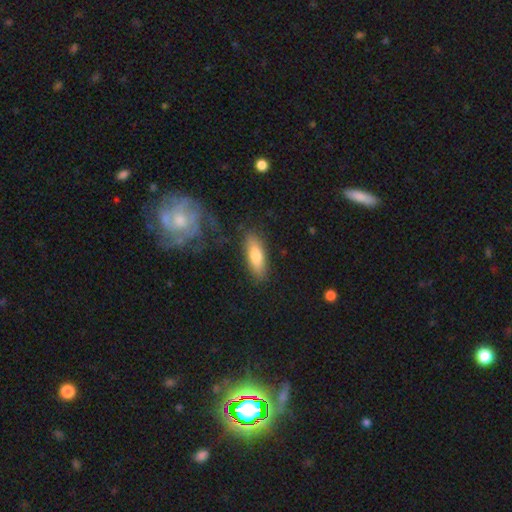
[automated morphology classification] smooth-or-featured: smooth: 75% | featured or disk: 19% | star or artifact: 6%
  how-rounded: in between: 58% | cigar-shaped: 39% | round: 2%
  merging: none: 81% | minor disturbance: 13% | major disturbance: 3% | merger: 3%